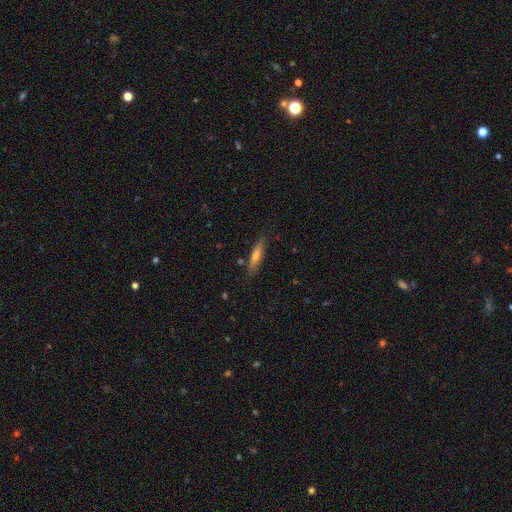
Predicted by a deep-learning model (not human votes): Smooth or featured? Predicted: smooth (p=0.56). How rounded? Predicted: cigar-shaped (p=0.83). Merging? Predicted: none (p=0.82).